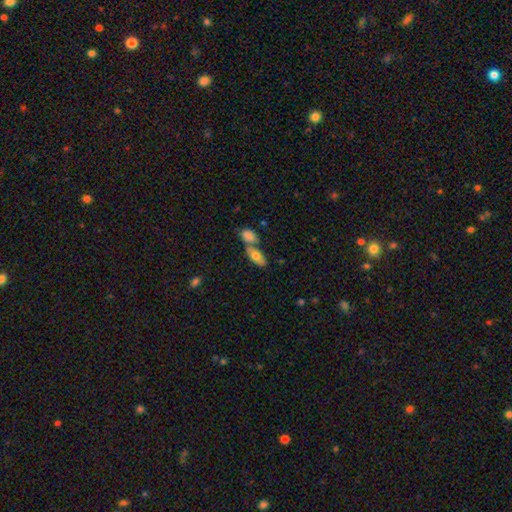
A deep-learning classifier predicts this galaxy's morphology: Smooth or featured: smooth — 69% (featured or disk — 24%)
How rounded: in between — 84% (cigar-shaped — 11%)
Merging: none — 44% (merger — 41%)